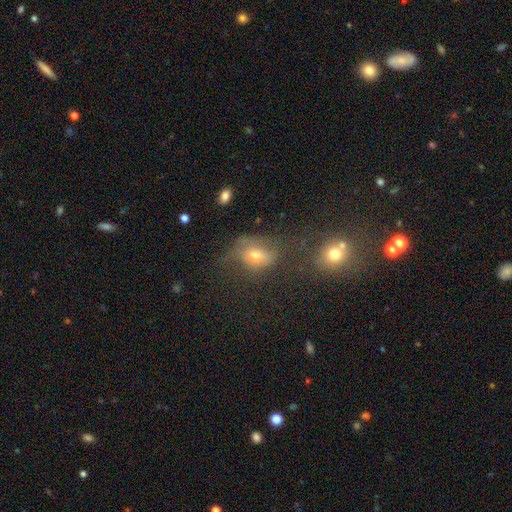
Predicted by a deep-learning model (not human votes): This is possibly a smooth galaxy (57%). How rounded: likely in between (66%). Merging: marginally none (39%).